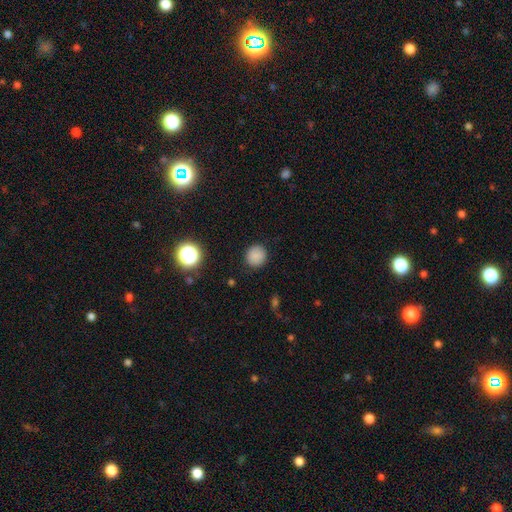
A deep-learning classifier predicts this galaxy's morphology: A smooth galaxy with no disk features (84%) that is round (92%).

Vote fractions:
- Smooth or featured? smooth: 84% / star or artifact: 12% / featured or disk: 4%
- How rounded? round: 92% / in between: 7% / cigar-shaped: 1%
- Merging? none: 89% / minor disturbance: 7% / major disturbance: 2% / merger: 1%